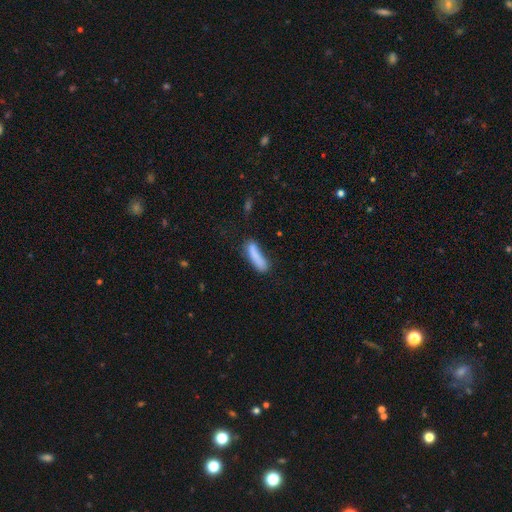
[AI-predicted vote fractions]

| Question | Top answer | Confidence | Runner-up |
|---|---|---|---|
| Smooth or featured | smooth | 82% | featured or disk (11%) |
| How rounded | cigar-shaped | 74% | in between (24%) |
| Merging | none | 60% | minor disturbance (24%) |